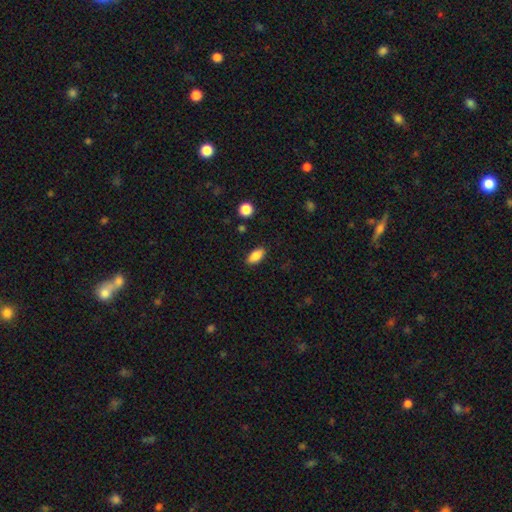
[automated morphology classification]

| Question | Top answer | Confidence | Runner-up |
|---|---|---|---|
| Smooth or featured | smooth | 86% | star or artifact (8%) |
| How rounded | in between | 88% | cigar-shaped (9%) |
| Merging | none | 87% | minor disturbance (9%) |